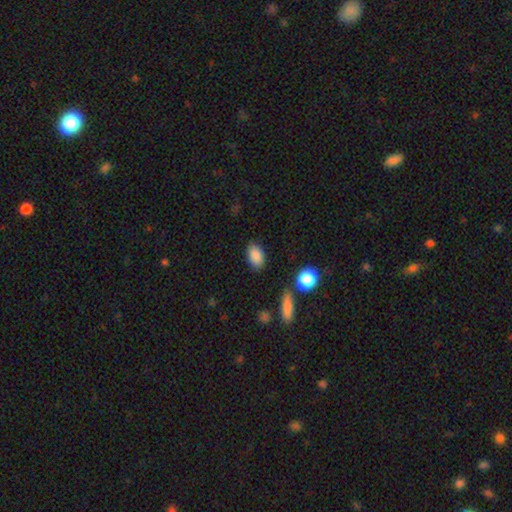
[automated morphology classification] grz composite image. It shows a smooth galaxy with no disk features (88%) that is in between round and cigar-shaped (89%). Merging: none (82%).